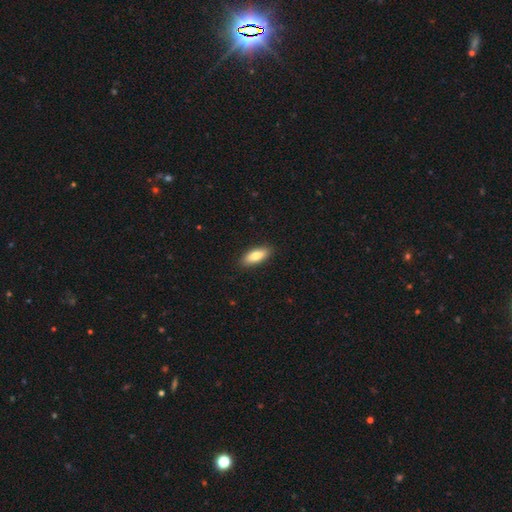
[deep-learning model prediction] Morphology: type=smooth (79%); roundness=in between (76%); merging=none (89%).